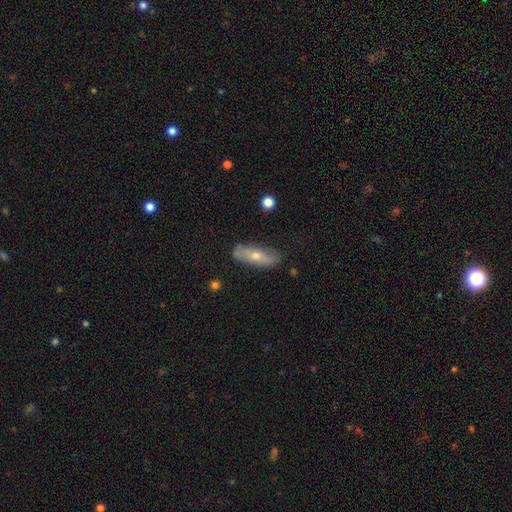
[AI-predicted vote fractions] This appears to be a featured or disk galaxy (47%). Merging: none (77%).